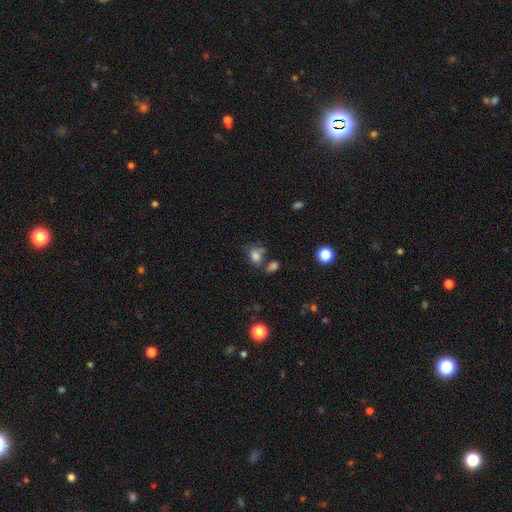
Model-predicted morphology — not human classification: Smooth or featured? smooth (76%)
How rounded? in between (73%)
Merging? none (45%)